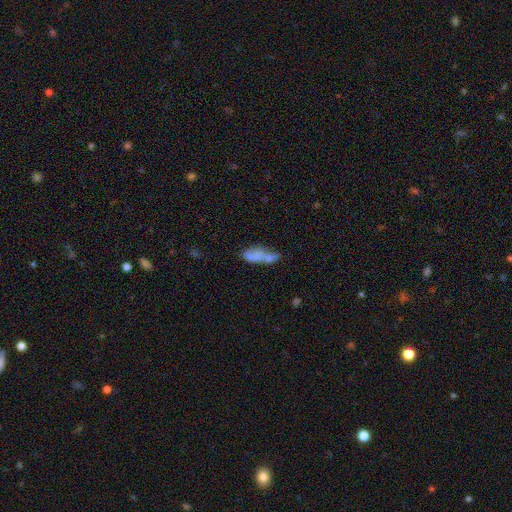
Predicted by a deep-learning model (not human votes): A smooth galaxy with no disk features (57%) that is in between round and cigar-shaped (77%). Merging: merger (40%).